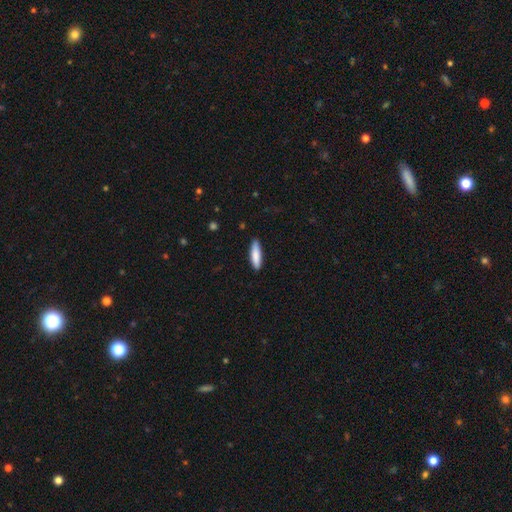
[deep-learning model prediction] The model was most divided on "how rounded": cigar-shaped: 71%, in between: 28%, round: 1%. More confident: merging — none (86%); smooth or featured — smooth (84%).